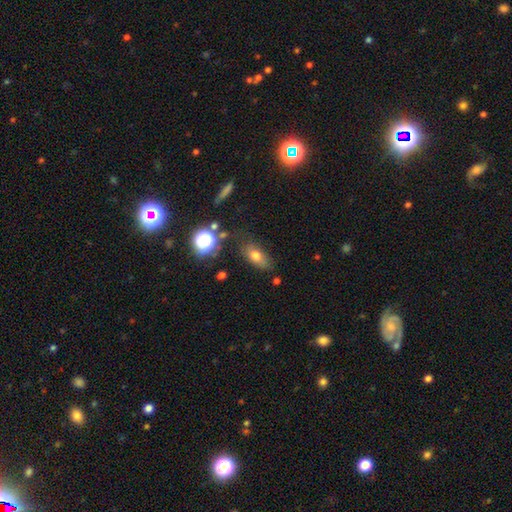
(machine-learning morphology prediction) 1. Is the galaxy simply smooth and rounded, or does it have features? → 70% smooth, 16% featured or disk, 14% star or artifact.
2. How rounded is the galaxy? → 78% in between, 12% round, 10% cigar-shaped.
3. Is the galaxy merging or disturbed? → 67% none, 20% minor disturbance, 8% major disturbance, 5% merger.